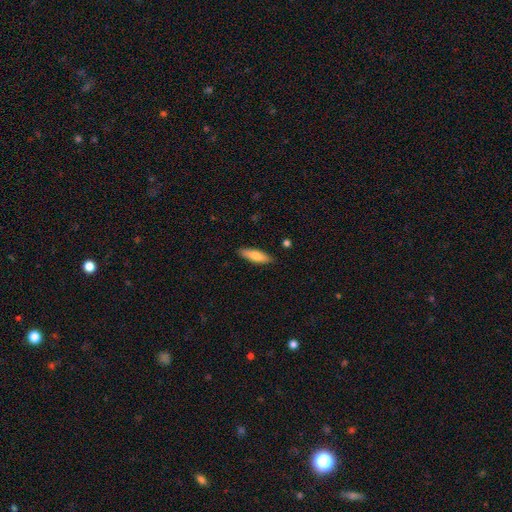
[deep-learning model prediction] This appears to be a smooth galaxy with no disk features (73%) that is cigar-shaped (56%). Merging: none (88%).